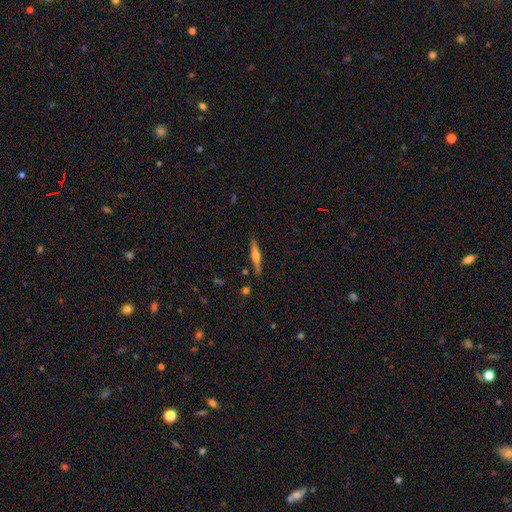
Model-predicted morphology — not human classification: This appears to be a featured or disk galaxy (57%) viewed edge-on (97%) with a rounded central bulge (88%). Merging: none (88%).